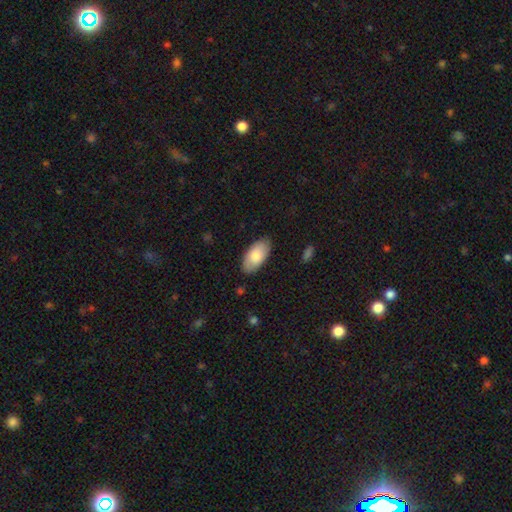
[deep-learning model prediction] A smooth galaxy with no disk features (80%) that is in between round and cigar-shaped (95%).

Vote fractions:
- Smooth or featured? smooth: 80% / featured or disk: 14% / star or artifact: 6%
- How rounded? in between: 95% / cigar-shaped: 3% / round: 2%
- Merging? none: 85% / minor disturbance: 12% / major disturbance: 2% / merger: 1%